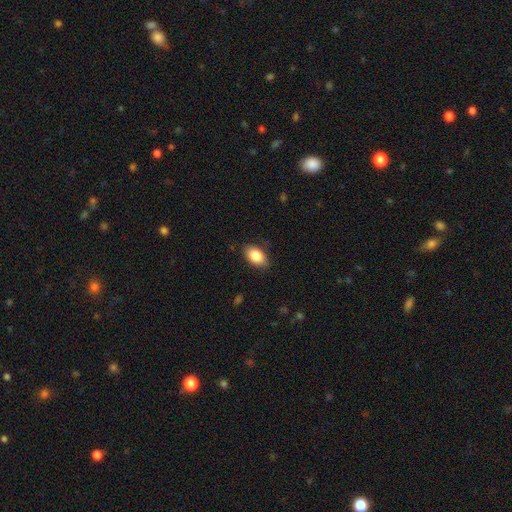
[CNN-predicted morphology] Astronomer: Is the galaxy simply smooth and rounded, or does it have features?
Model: smooth — 87%.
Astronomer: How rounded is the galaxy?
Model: in between — 92%.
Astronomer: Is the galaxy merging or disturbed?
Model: none — 83%.